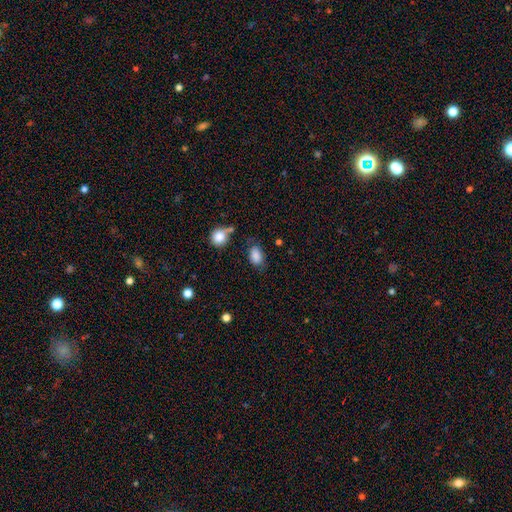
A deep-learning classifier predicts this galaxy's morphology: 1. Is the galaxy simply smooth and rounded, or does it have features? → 84% smooth, 8% star or artifact, 7% featured or disk.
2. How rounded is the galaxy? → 86% in between, 12% round, 1% cigar-shaped.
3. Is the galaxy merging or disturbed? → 67% none, 20% minor disturbance, 7% major disturbance, 6% merger.